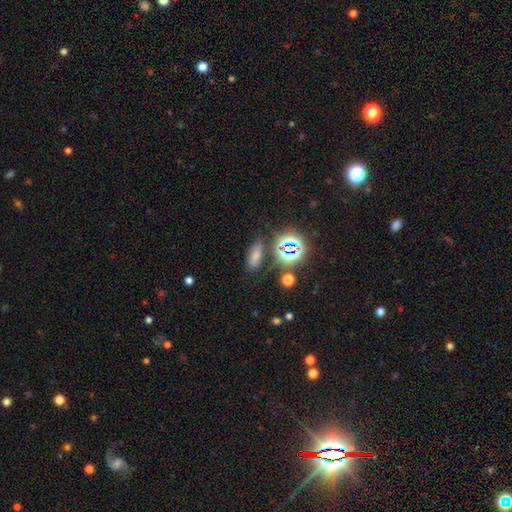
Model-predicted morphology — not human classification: Q: Smooth or featured?
A: smooth (59%); runner-up: star or artifact (30%)
Q: How rounded?
A: in between (81%); runner-up: cigar-shaped (10%)
Q: Merging?
A: none (69%); runner-up: minor disturbance (17%)